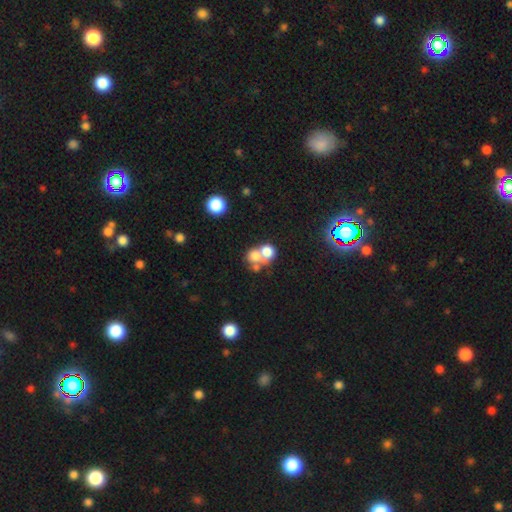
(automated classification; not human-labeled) Smooth or featured: smooth — 66% (featured or disk — 21%)
How rounded: round — 69% (in between — 30%)
Merging: merger — 63% (none — 25%)